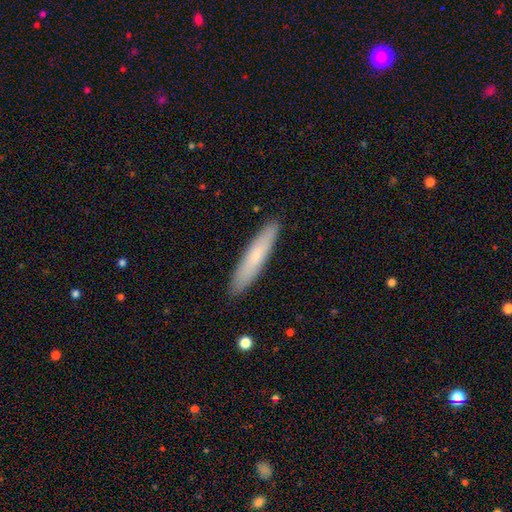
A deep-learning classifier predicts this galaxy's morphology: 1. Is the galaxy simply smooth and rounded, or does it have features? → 71% smooth, 23% featured or disk, 6% star or artifact.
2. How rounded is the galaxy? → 88% cigar-shaped, 11% in between, 1% round.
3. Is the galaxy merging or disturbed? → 90% none, 7% minor disturbance, 1% major disturbance, 1% merger.